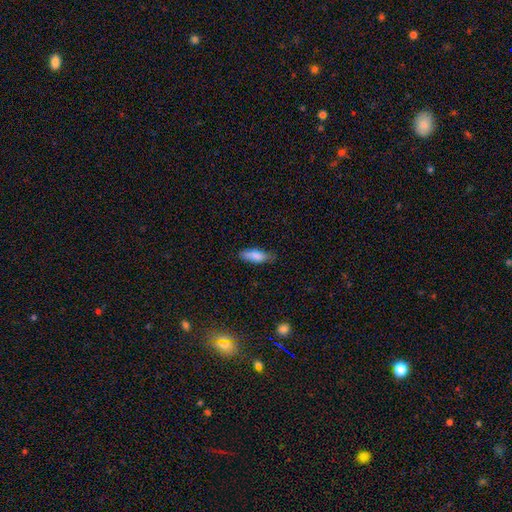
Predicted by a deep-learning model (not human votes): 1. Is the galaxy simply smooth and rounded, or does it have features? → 84% smooth, 9% featured or disk, 7% star or artifact.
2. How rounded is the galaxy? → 61% in between, 37% cigar-shaped, 2% round.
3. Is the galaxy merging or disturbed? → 72% none, 22% minor disturbance, 4% major disturbance, 2% merger.